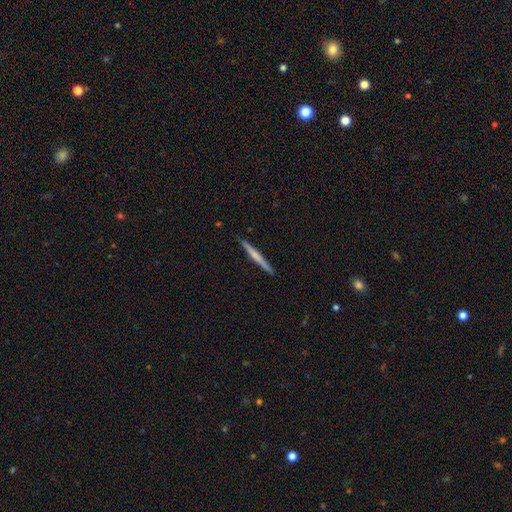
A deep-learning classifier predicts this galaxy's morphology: smooth_or_featured: featured or disk (p=0.51) [alt: smooth p=0.44]
disk_edge_on: yes (p=0.98) [alt: no p=0.02]
edge_on_bulge: none (p=0.57) [alt: rounded p=0.33]
merging: none (p=0.91) [alt: minor disturbance p=0.06]